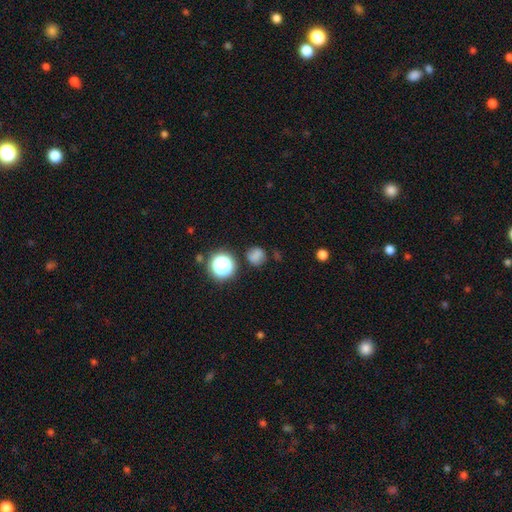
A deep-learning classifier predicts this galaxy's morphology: type=smooth (69%); roundness=round (80%); merging=none (70%).